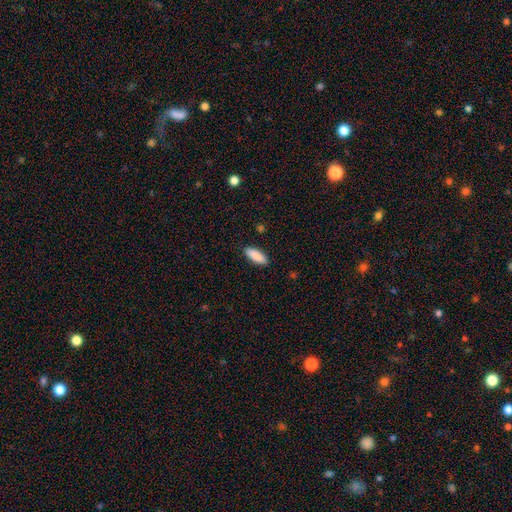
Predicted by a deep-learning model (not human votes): Smooth or featured: smooth — 90% (star or artifact — 6%)
How rounded: in between — 70% (cigar-shaped — 29%)
Merging: none — 89% (minor disturbance — 8%)